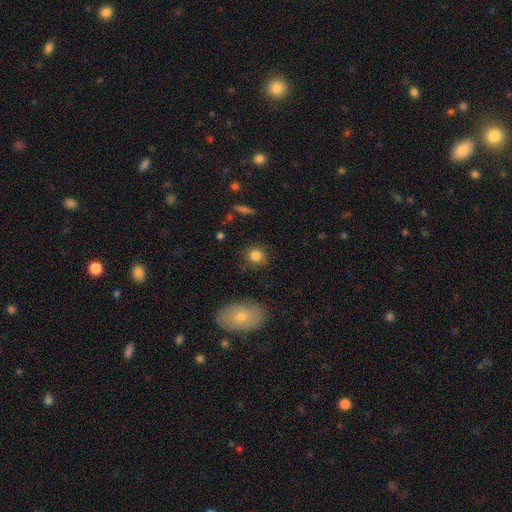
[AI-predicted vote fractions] Smooth or featured? Predicted: smooth (p=0.83). How rounded? Predicted: round (p=0.77). Merging? Predicted: none (p=0.84).